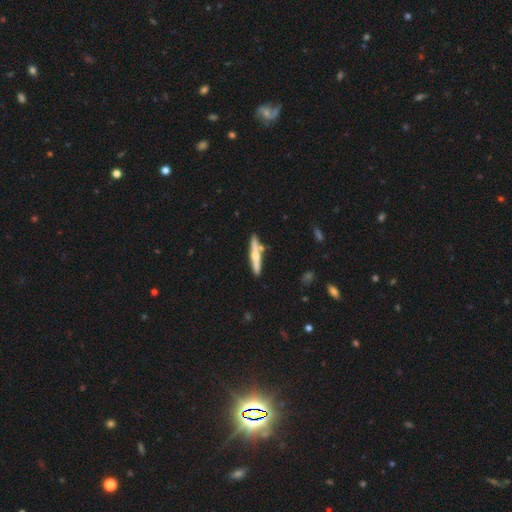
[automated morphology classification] Q: Smooth or featured?
A: featured or disk (51%); runner-up: smooth (43%)
Q: Edge-on disk?
A: yes (95%); runner-up: no (5%)
Q: Merging?
A: none (80%); runner-up: minor disturbance (11%)